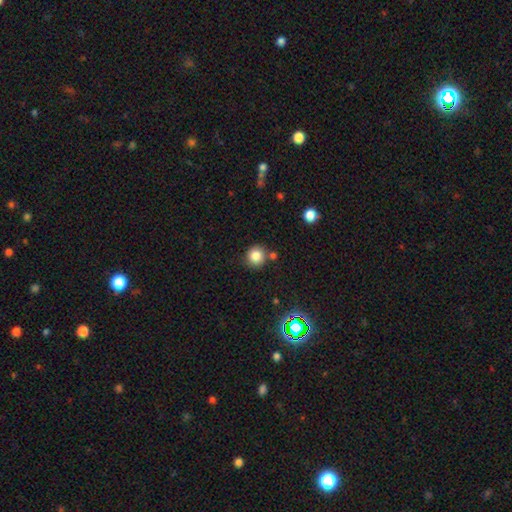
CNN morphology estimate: smooth-or-featured: smooth: 82% | star or artifact: 12% | featured or disk: 6%
  how-rounded: round: 92% | in between: 7% | cigar-shaped: 1%
  merging: none: 78% | merger: 10% | minor disturbance: 10% | major disturbance: 3%